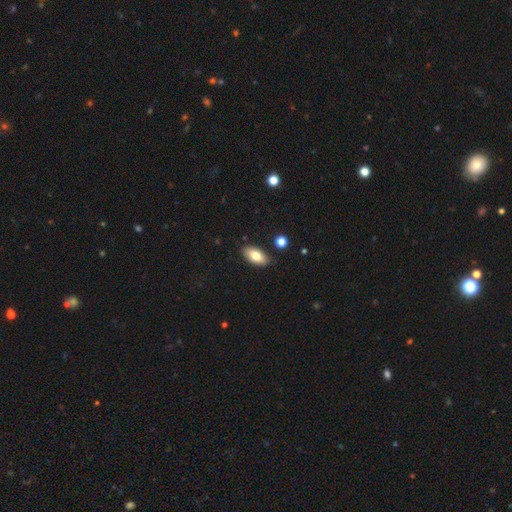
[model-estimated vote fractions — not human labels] Overall: smooth (79%). How rounded: in between (91%). Merging: none (86%).